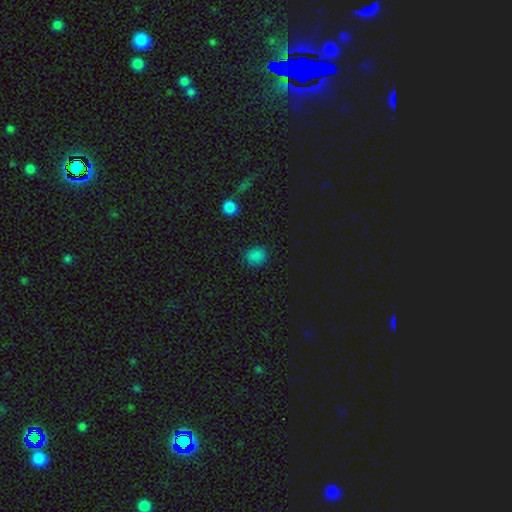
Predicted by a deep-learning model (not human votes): This appears to be a smooth galaxy with no disk features (80%) that is round (65%). Merging: none (85%).